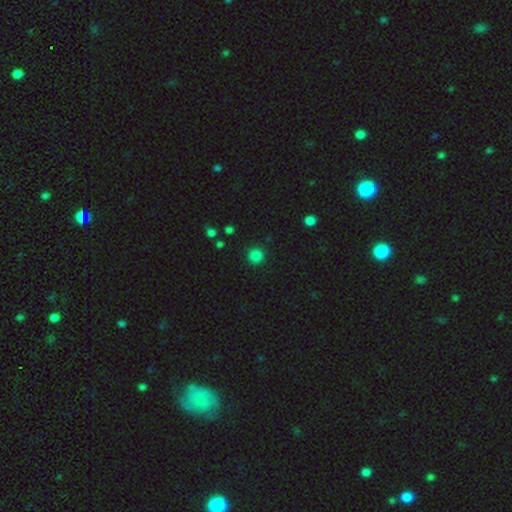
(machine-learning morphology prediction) smooth-or-featured: smooth: 84% | star or artifact: 13% | featured or disk: 3%
  how-rounded: round: 94% | in between: 5% | cigar-shaped: 1%
  merging: none: 91% | minor disturbance: 6% | major disturbance: 2% | merger: 2%